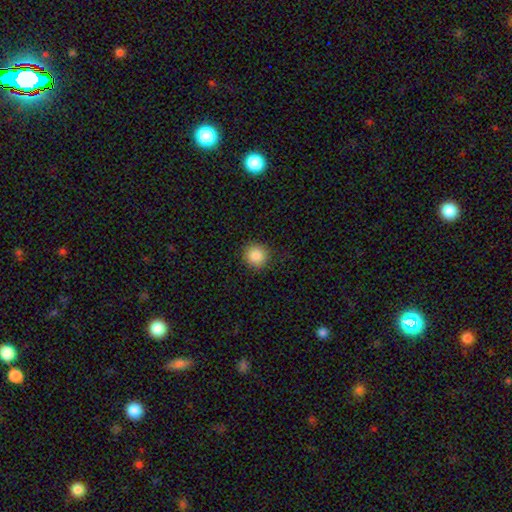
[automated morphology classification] Overall: smooth (87%). How rounded: round (94%). Merging: none (90%).